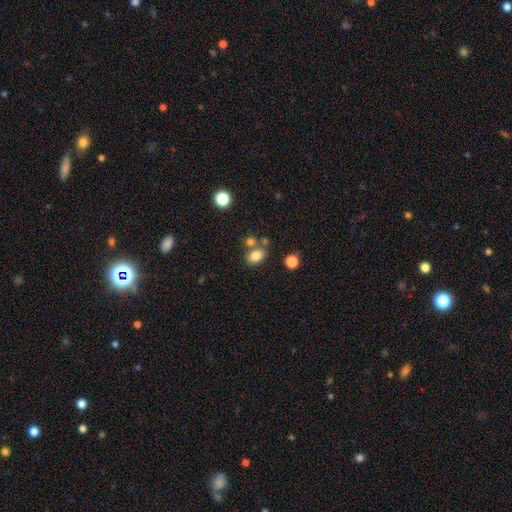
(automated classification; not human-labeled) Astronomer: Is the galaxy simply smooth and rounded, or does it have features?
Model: smooth — 82%.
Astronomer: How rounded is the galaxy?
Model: in between — 76%.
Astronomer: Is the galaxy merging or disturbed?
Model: none — 65%.